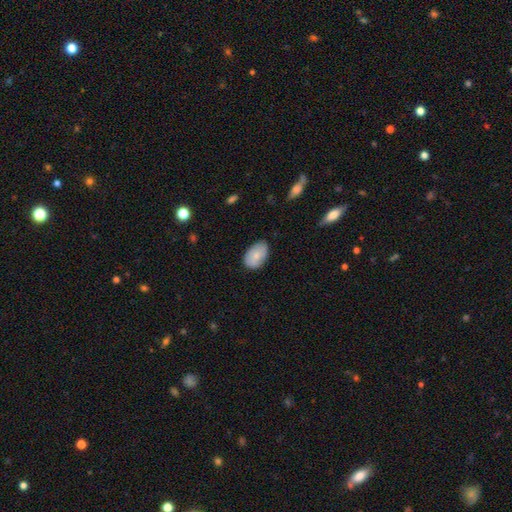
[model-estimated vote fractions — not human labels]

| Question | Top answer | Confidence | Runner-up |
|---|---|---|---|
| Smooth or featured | smooth | 78% | featured or disk (15%) |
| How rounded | in between | 90% | round (9%) |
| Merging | none | 76% | minor disturbance (19%) |